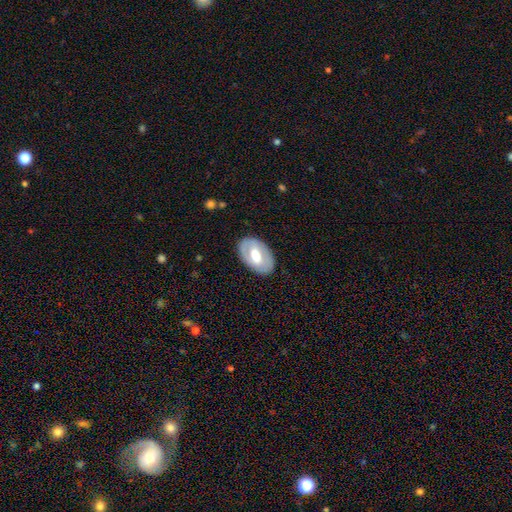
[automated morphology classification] A featured or disk galaxy (49%).

Vote fractions:
- Smooth or featured? featured or disk: 49% / smooth: 46% / star or artifact: 5%
- Merging? none: 85% / minor disturbance: 11% / major disturbance: 4% / merger: 1%